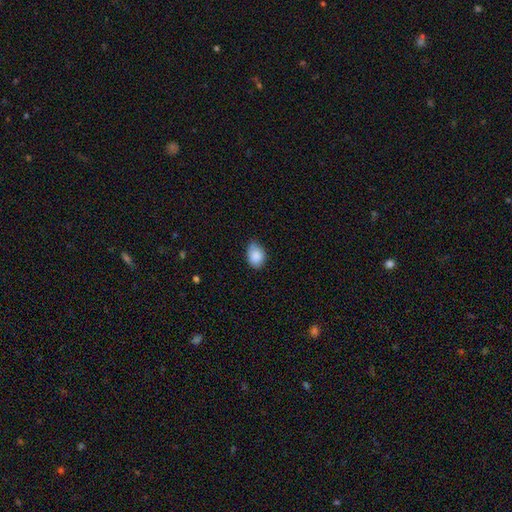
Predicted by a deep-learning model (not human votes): Q: Smooth or featured?
A: smooth (88%); runner-up: star or artifact (7%)
Q: How rounded?
A: in between (77%); runner-up: round (22%)
Q: Merging?
A: none (69%); runner-up: minor disturbance (27%)